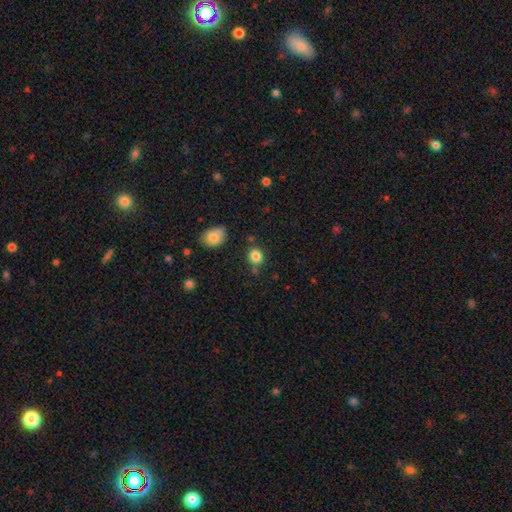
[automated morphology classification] type=smooth (83%); roundness=round (69%); merging=none (76%).